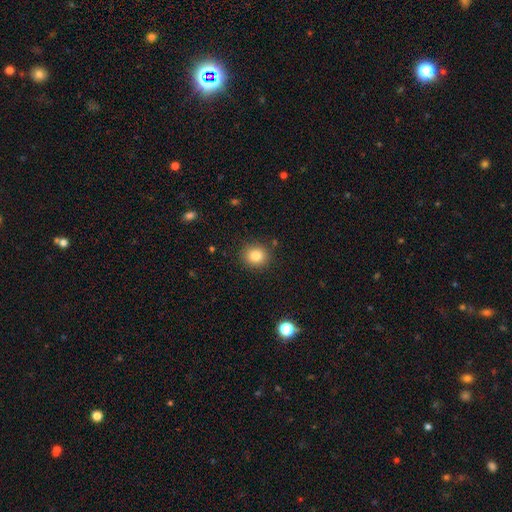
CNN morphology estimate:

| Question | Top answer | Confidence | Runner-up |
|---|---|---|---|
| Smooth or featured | smooth | 83% | star or artifact (11%) |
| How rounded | round | 83% | in between (16%) |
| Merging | none | 88% | minor disturbance (8%) |